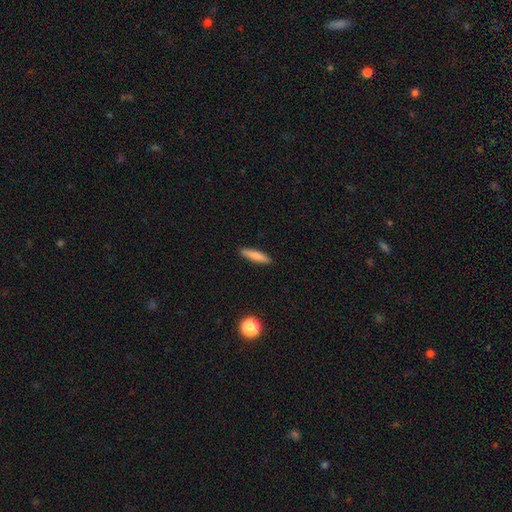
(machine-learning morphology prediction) Smooth or featured? smooth (80%)
How rounded? cigar-shaped (83%)
Merging? none (89%)